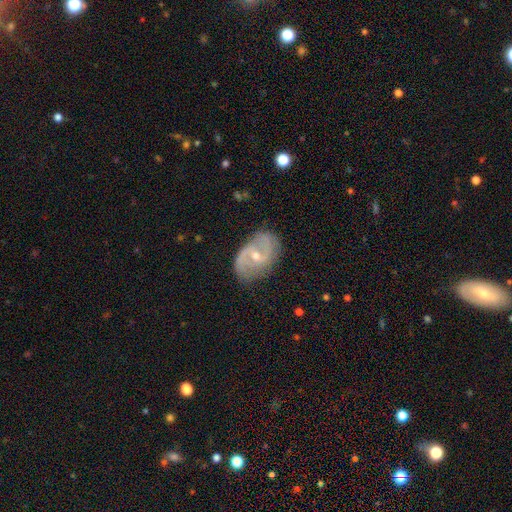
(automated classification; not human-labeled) Smooth or featured? Predicted: featured or disk (p=0.82). Edge-on disk? Predicted: no (p=0.96). Bar? Predicted: weak (p=0.46). Spiral arms? Predicted: yes (p=0.91). Spiral winding? Predicted: medium (p=0.47). Spiral arm count? Predicted: 2 (p=0.85). Bulge size? Predicted: small (p=0.51). Merging? Predicted: none (p=0.73).